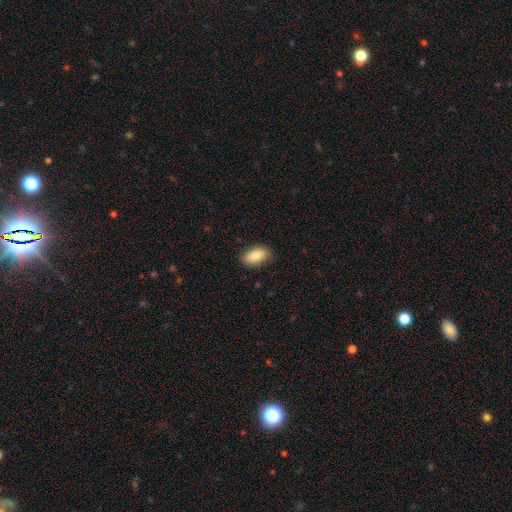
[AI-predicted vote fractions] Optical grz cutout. It shows a smooth galaxy with no disk features (83%) that is in between round and cigar-shaped (92%). Merging: none (85%).